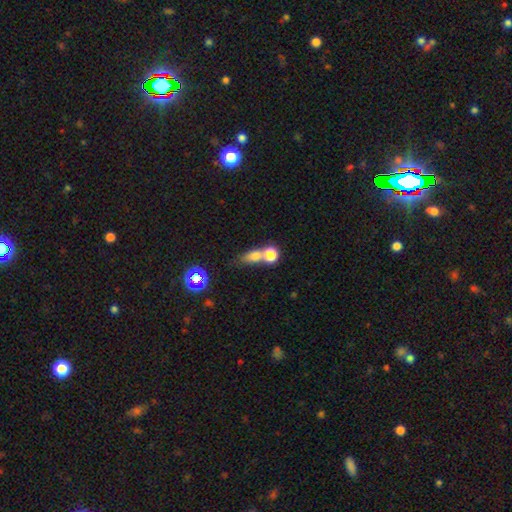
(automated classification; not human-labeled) Smooth or featured? Predicted: smooth (p=0.71). How rounded? Predicted: in between (p=0.47). Merging? Predicted: merger (p=0.47).